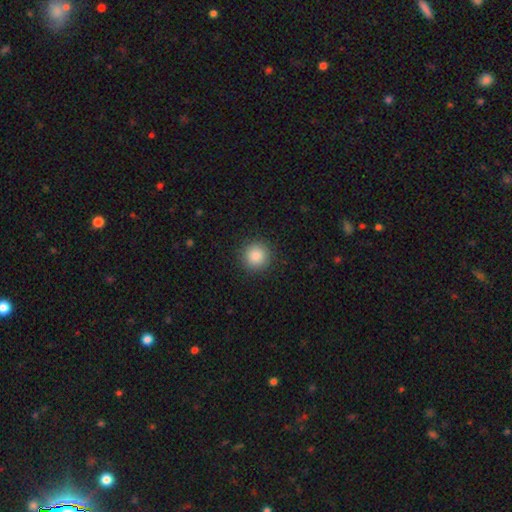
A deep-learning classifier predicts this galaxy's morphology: smooth_or_featured: smooth (p=0.87) [alt: star or artifact p=0.09]
how_rounded: round (p=0.95) [alt: in between p=0.04]
merging: none (p=0.92) [alt: minor disturbance p=0.05]